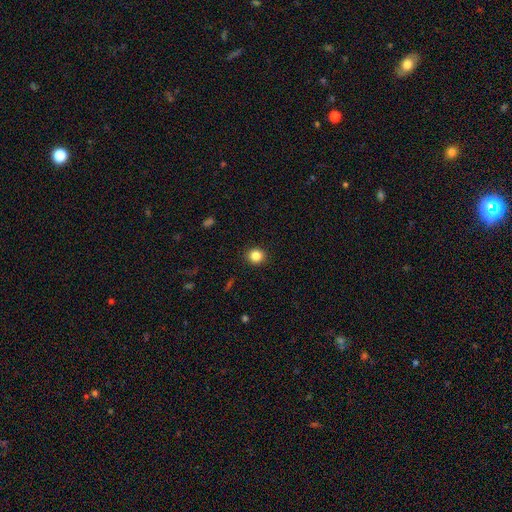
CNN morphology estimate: smooth-or-featured: smooth: 84% | star or artifact: 11% | featured or disk: 5%
  how-rounded: round: 89% | in between: 10% | cigar-shaped: 1%
  merging: none: 92% | minor disturbance: 5% | major disturbance: 2% | merger: 1%